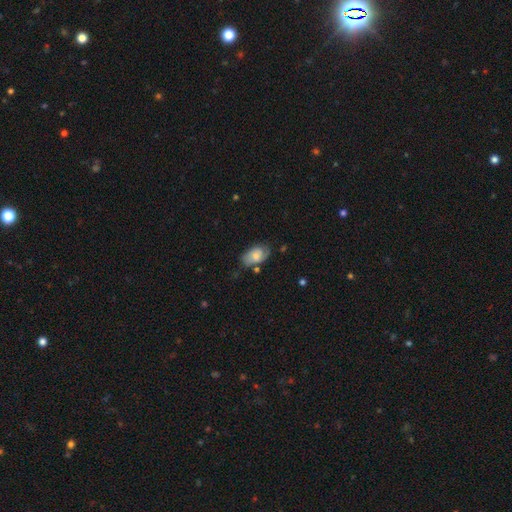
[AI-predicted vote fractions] Smooth or featured? smooth (50%)
Merging? none (61%)